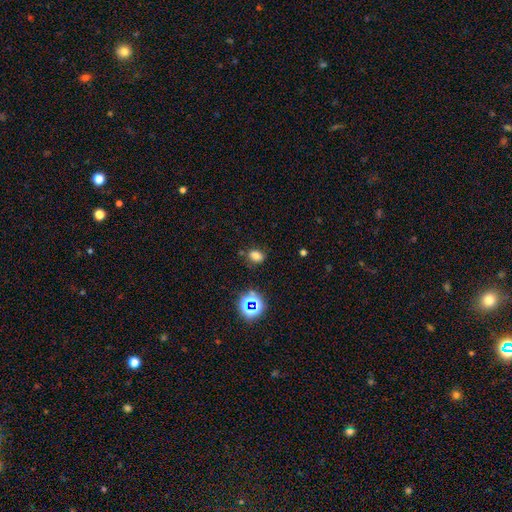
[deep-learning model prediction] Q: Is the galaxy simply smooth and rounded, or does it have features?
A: smooth — 70%.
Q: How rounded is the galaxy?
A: in between — 69%.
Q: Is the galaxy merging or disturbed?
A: none — 78%.